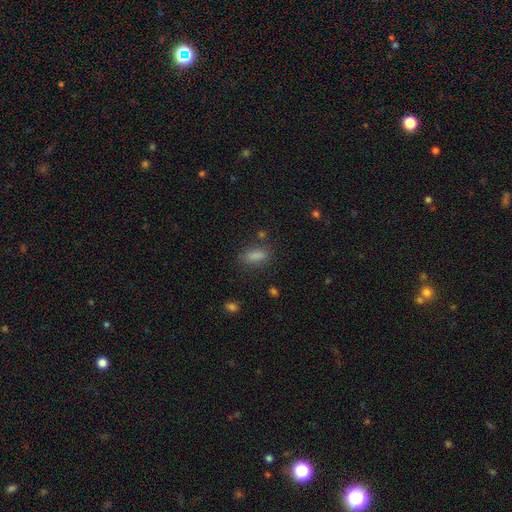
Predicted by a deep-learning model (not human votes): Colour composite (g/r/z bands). It shows a smooth galaxy with no disk features (84%) that is in between round and cigar-shaped (72%). Merging: none (79%).